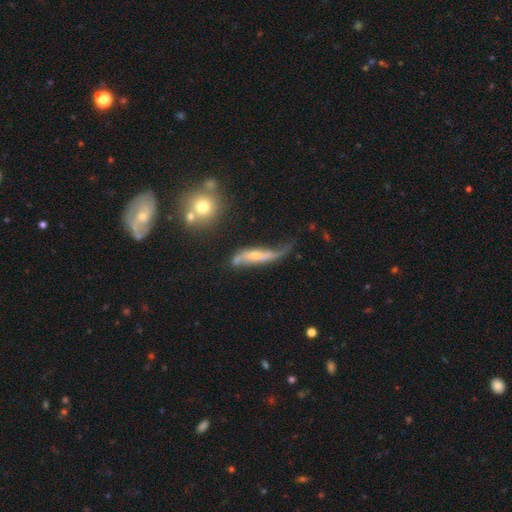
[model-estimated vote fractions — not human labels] Smooth or featured? Predicted: featured or disk (p=0.75). Edge-on disk? Predicted: no (p=0.70). Bar? Predicted: no (p=0.47). Spiral arms? Predicted: yes (p=0.88). Bulge size? Predicted: small (p=0.54). Merging? Predicted: none (p=0.37).